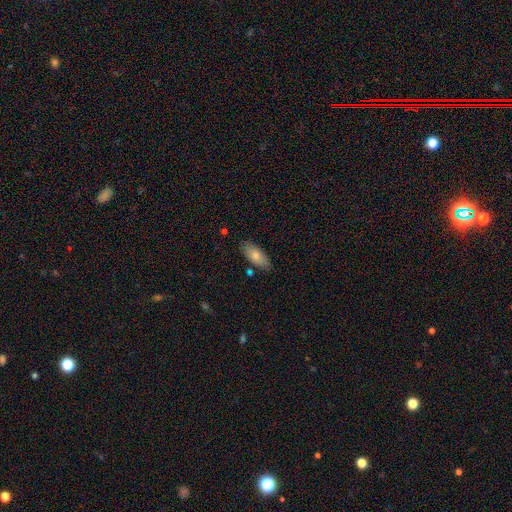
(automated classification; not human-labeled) Smooth or featured?
  - smooth: 78% *
  - featured or disk: 16%
  - star or artifact: 6%
How rounded?
  - in between: 84% *
  - cigar-shaped: 14%
  - round: 2%
Merging?
  - none: 81% *
  - minor disturbance: 13%
  - merger: 3%
  - major disturbance: 3%